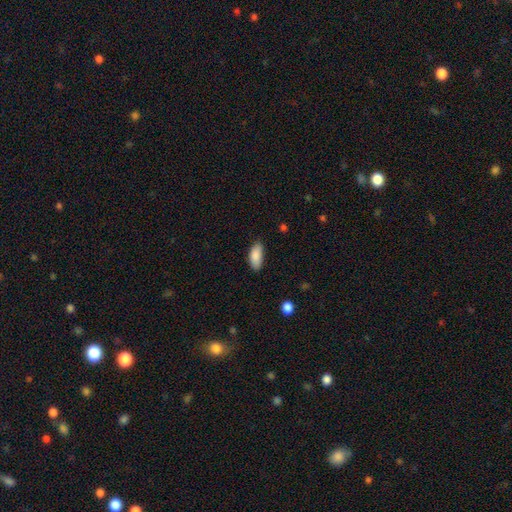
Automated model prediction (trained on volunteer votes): Smooth or featured? smooth (88%)
How rounded? in between (88%)
Merging? none (79%)